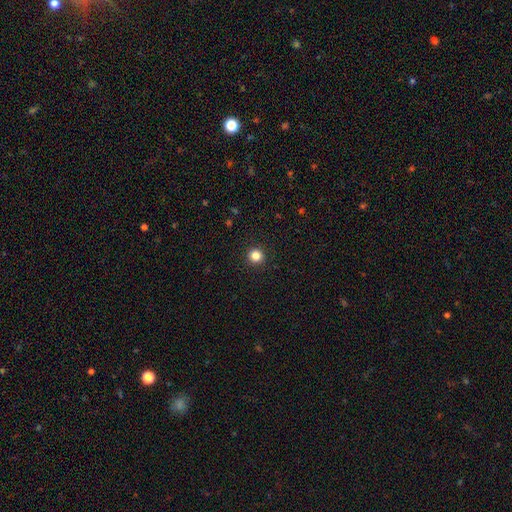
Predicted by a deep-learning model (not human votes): smooth-or-featured: smooth: 84% | star or artifact: 12% | featured or disk: 4%
  how-rounded: round: 94% | in between: 5% | cigar-shaped: 1%
  merging: none: 93% | minor disturbance: 4% | major disturbance: 2% | merger: 1%